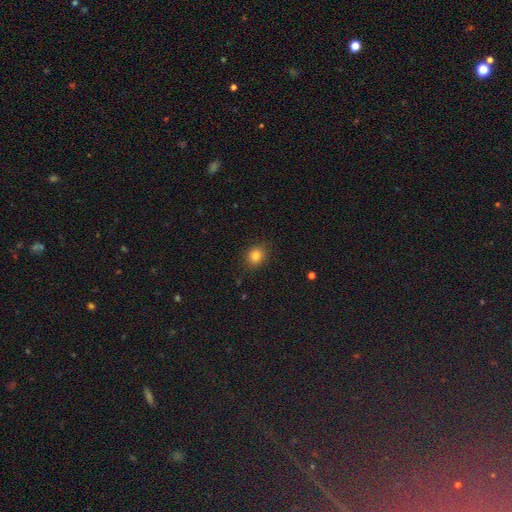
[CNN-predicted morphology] Smooth or featured: smooth — 82% (star or artifact — 13%)
How rounded: round — 71% (in between — 28%)
Merging: none — 86% (minor disturbance — 10%)